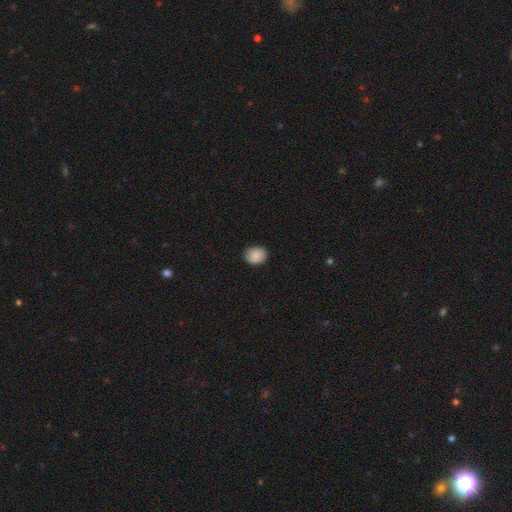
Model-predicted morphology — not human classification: Smooth or featured: smooth — 89% (star or artifact — 7%)
How rounded: round — 54% (in between — 45%)
Merging: none — 85% (minor disturbance — 12%)